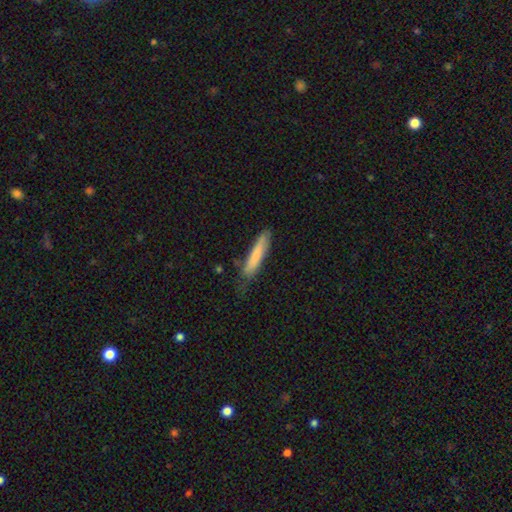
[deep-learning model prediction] Smooth or featured?
  - smooth: 79% *
  - featured or disk: 15%
  - star or artifact: 6%
How rounded?
  - cigar-shaped: 89% *
  - in between: 9%
  - round: 1%
Merging?
  - none: 69% *
  - minor disturbance: 24%
  - major disturbance: 5%
  - merger: 2%